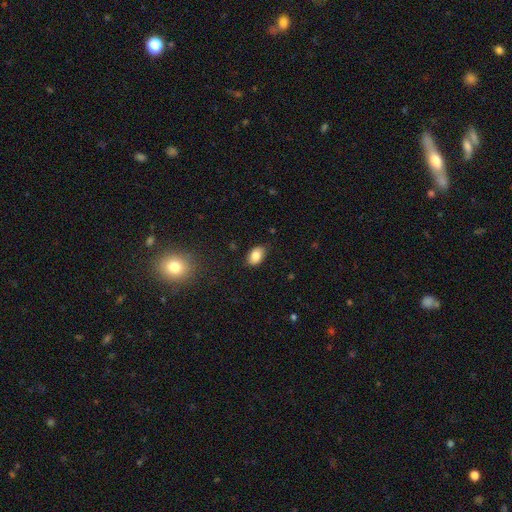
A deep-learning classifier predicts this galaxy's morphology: Smooth or featured? smooth (84%)
How rounded? in between (89%)
Merging? none (79%)